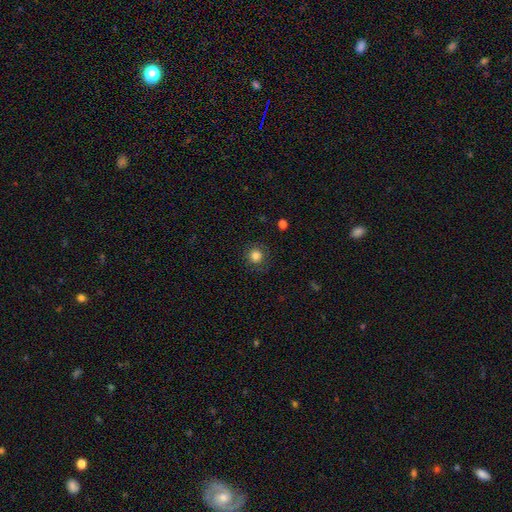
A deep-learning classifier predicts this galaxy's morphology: A smooth galaxy with no disk features (82%) that is round (94%).

Vote fractions:
- Smooth or featured? smooth: 82% / star or artifact: 11% / featured or disk: 6%
- How rounded? round: 94% / in between: 5% / cigar-shaped: 1%
- Merging? none: 84% / minor disturbance: 10% / major disturbance: 4% / merger: 1%